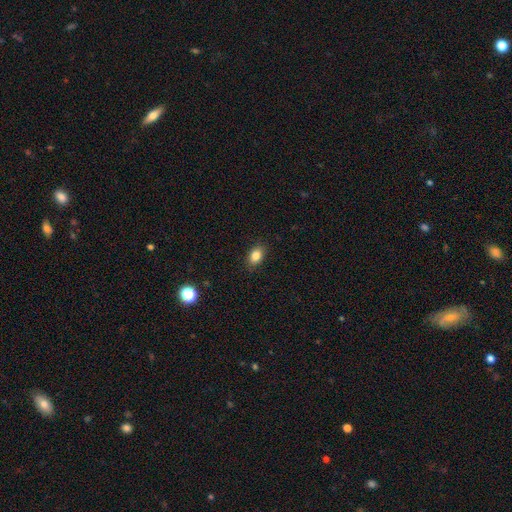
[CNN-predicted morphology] smooth_or_featured: smooth (p=0.84) [alt: star or artifact p=0.10]
how_rounded: in between (p=0.80) [alt: round p=0.19]
merging: none (p=0.87) [alt: minor disturbance p=0.09]